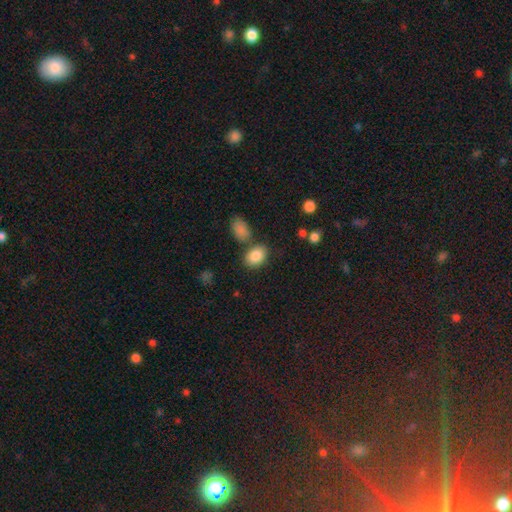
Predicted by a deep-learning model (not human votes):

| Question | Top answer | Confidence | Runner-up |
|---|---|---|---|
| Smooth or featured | smooth | 86% | star or artifact (8%) |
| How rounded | in between | 81% | round (18%) |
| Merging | none | 69% | merger (15%) |